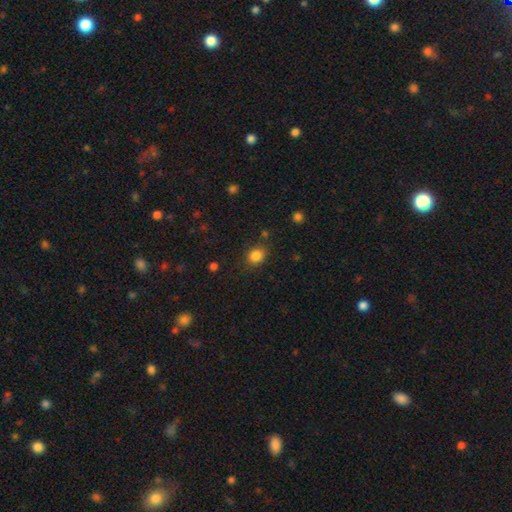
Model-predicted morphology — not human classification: type=smooth (84%); roundness=round (55%); merging=none (80%).